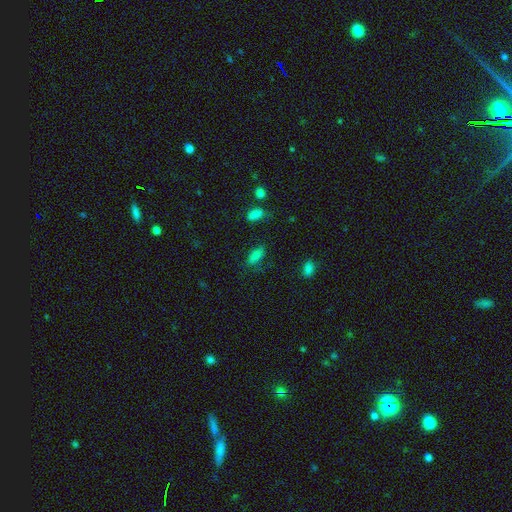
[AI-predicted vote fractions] smooth_or_featured: smooth (p=0.81) [alt: star or artifact p=0.12]
how_rounded: in between (p=0.77) [alt: cigar-shaped p=0.20]
merging: none (p=0.71) [alt: minor disturbance p=0.19]